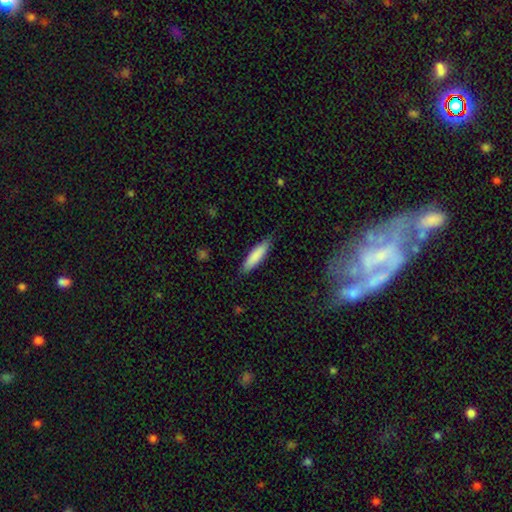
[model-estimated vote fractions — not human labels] Smooth or featured: smooth — 84% (featured or disk — 10%)
How rounded: cigar-shaped — 73% (in between — 26%)
Merging: none — 85% (minor disturbance — 12%)